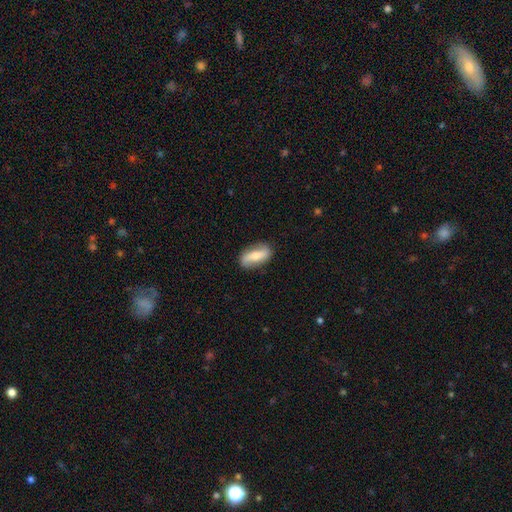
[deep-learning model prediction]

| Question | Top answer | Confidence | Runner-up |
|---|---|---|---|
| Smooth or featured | featured or disk | 48% | smooth (45%) |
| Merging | none | 84% | minor disturbance (12%) |